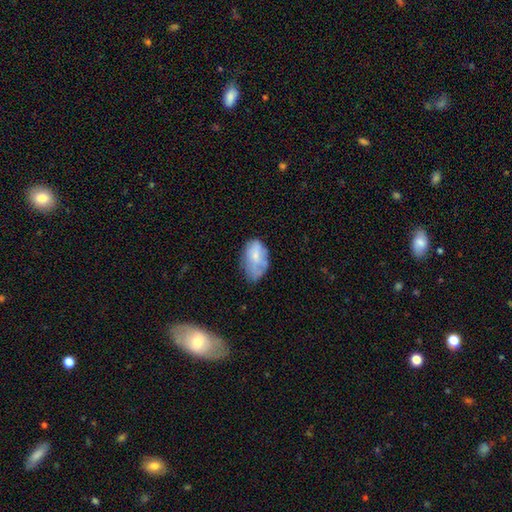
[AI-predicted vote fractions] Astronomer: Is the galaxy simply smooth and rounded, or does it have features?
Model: smooth — 63%.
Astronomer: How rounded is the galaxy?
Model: in between — 91%.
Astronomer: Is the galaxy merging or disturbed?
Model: none — 45% (runner-up: minor disturbance, 36%).